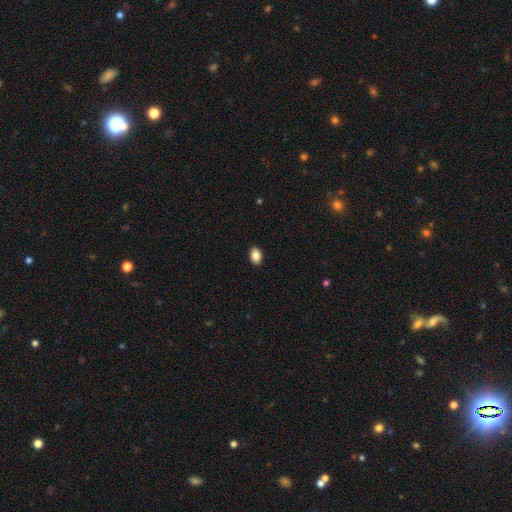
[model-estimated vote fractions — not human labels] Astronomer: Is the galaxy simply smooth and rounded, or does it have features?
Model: smooth — 87%.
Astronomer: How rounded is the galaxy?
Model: in between — 87%.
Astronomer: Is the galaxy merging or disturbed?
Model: none — 90%.